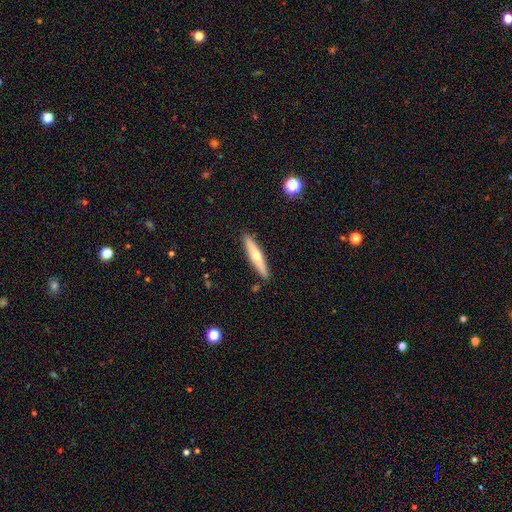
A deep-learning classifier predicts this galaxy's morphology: Smooth or featured: smooth — 47% (tied with featured or disk — 47%)
Merging: none — 89% (minor disturbance — 8%)